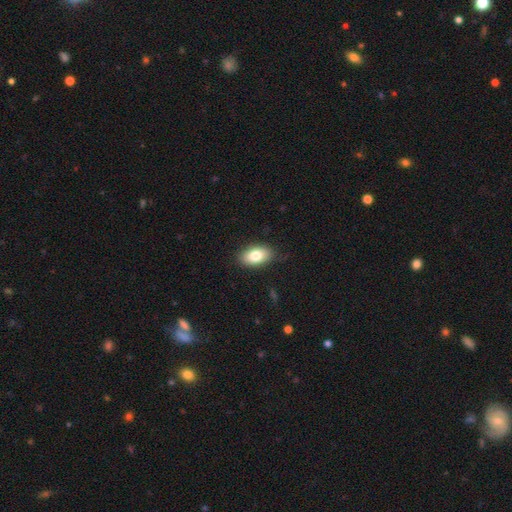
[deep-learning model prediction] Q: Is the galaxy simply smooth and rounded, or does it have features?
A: smooth — 81%.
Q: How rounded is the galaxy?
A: in between — 91%.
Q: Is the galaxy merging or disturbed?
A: none — 84%.